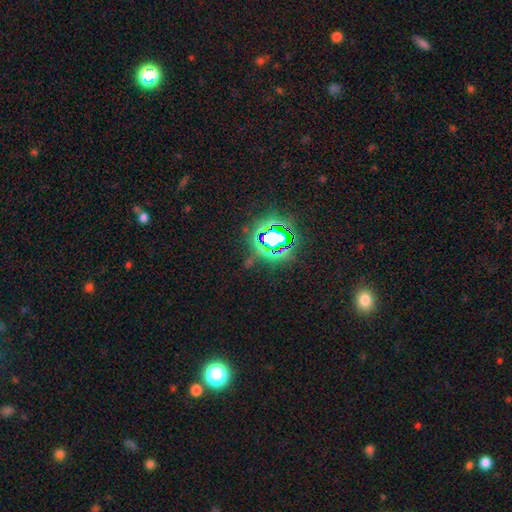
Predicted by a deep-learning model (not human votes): star or artifact 79%, smooth 13%, featured or disk 8%.